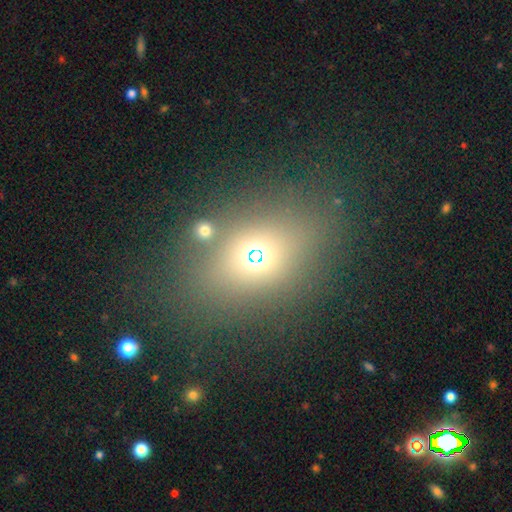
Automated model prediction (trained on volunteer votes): Smooth or featured? smooth (58%)
How rounded? in between (54%)
Merging? none (72%)